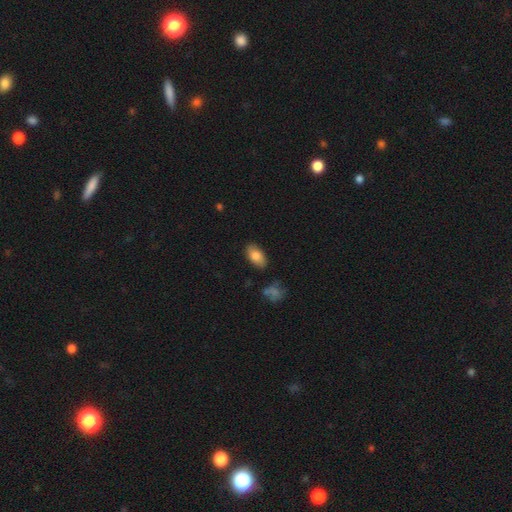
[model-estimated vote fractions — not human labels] The model was most divided on "merging": none: 83%, minor disturbance: 12%, major disturbance: 3%, merger: 2%. More confident: how rounded — in between (93%); smooth or featured — smooth (82%).